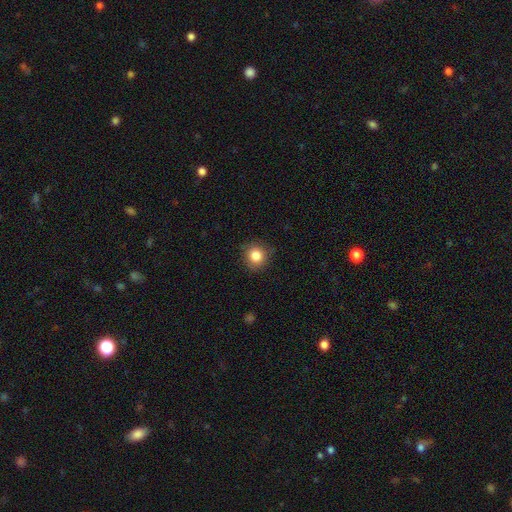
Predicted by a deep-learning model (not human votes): Morphology: type=smooth (85%); roundness=round (89%); merging=none (85%).